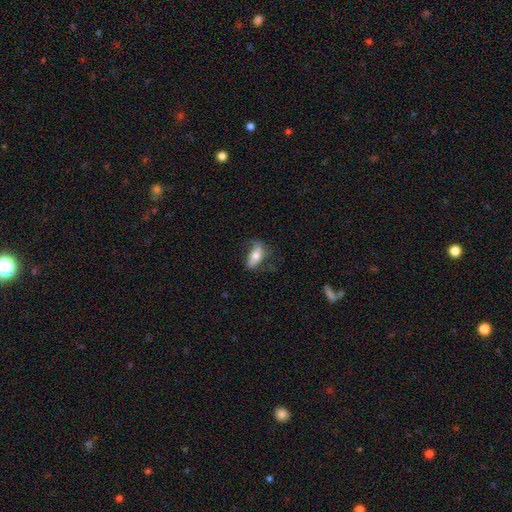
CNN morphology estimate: Overall: smooth (59%; featured or disk 34%). How rounded: in between (78%). Merging: none (60%; minor disturbance 25%).